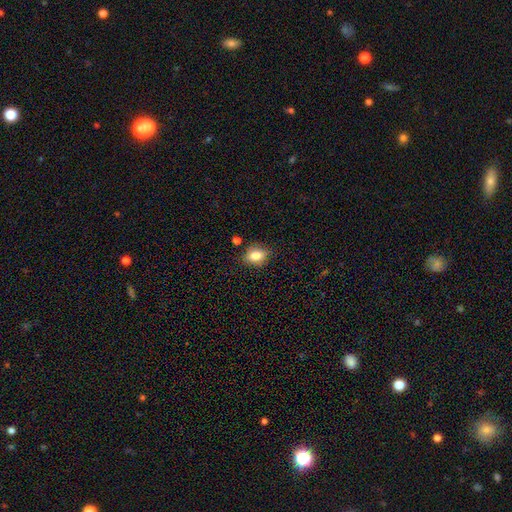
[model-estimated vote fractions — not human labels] smooth-or-featured: smooth: 78% | featured or disk: 11% | star or artifact: 10%
  how-rounded: in between: 55% | round: 43% | cigar-shaped: 2%
  merging: none: 81% | minor disturbance: 13% | merger: 3% | major disturbance: 3%